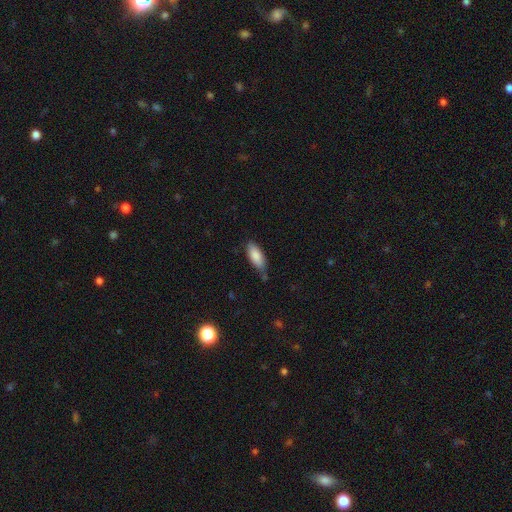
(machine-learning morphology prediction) Overall: smooth (86%). How rounded: in between (81%). Merging: none (65%; minor disturbance 26%).